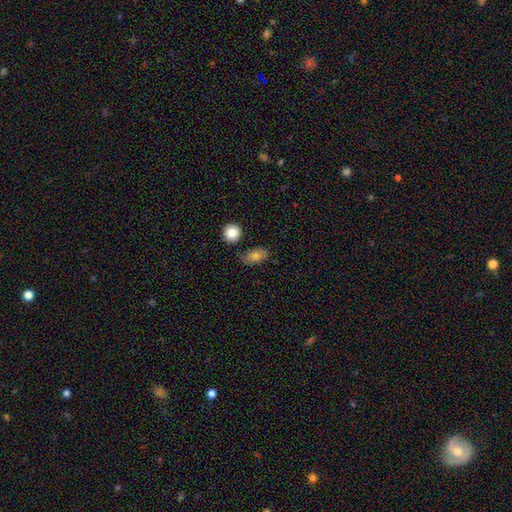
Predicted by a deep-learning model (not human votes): Smooth or featured? Predicted: smooth (p=0.75). How rounded? Predicted: in between (p=0.79). Merging? Predicted: none (p=0.71).